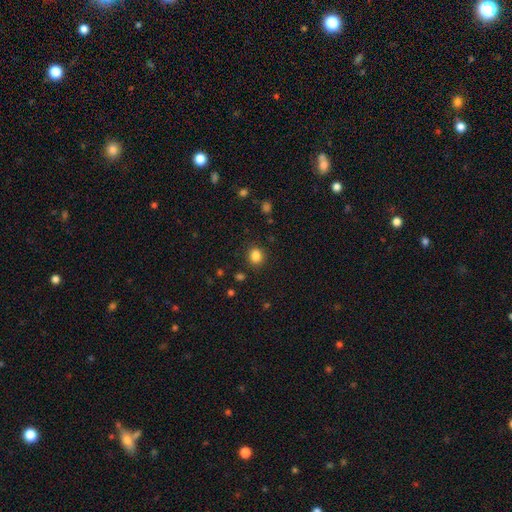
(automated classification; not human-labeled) smooth 85%, star or artifact 11%, featured or disk 4%. Down the decision tree: how rounded — round (68%); merging — none (87%).